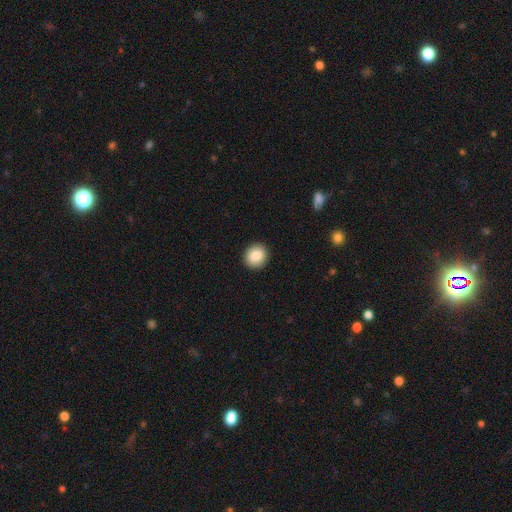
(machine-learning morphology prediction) This is clearly a smooth galaxy (86%). How rounded: clearly round (87%). Merging: clearly none (92%).